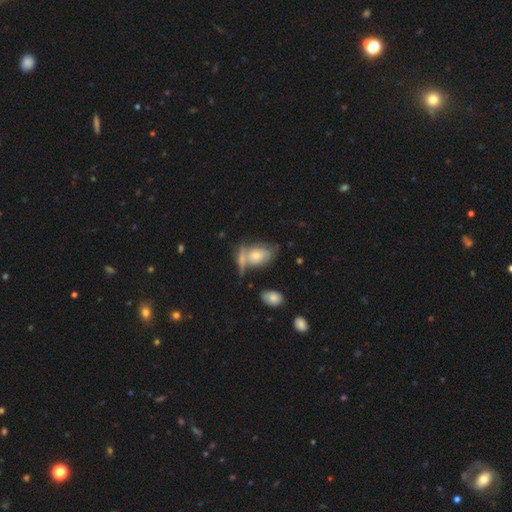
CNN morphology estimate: Smooth or featured? featured or disk (49%)
Merging? none (35%)